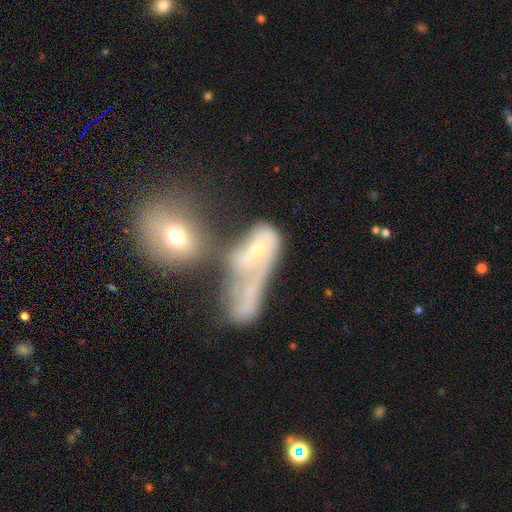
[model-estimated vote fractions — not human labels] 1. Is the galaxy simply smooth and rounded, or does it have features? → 51% featured or disk, 37% smooth, 12% star or artifact.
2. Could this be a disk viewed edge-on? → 87% no, 13% yes.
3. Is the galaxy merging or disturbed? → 52% merger, 26% major disturbance, 13% none, 9% minor disturbance.